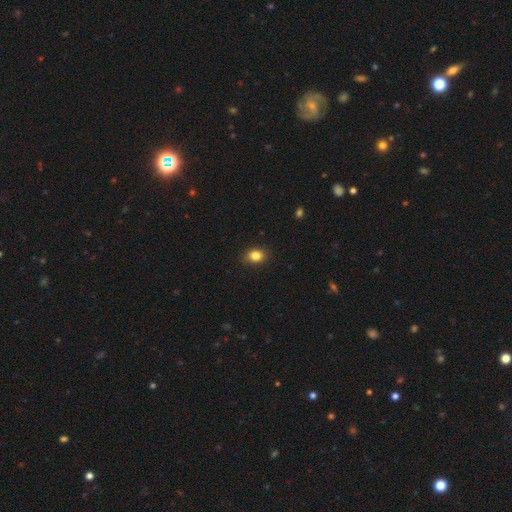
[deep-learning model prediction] Smooth or featured?
  - smooth: 84% *
  - star or artifact: 10%
  - featured or disk: 5%
How rounded?
  - in between: 56% *
  - round: 43%
  - cigar-shaped: 1%
Merging?
  - none: 89% *
  - minor disturbance: 8%
  - major disturbance: 2%
  - merger: 1%